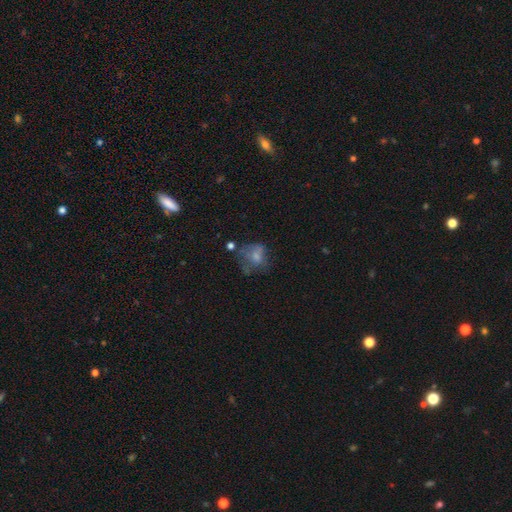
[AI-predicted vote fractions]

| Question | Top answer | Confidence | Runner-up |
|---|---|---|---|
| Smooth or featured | smooth | 57% | featured or disk (30%) |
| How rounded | round | 51% | in between (47%) |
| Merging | major disturbance | 35% | none (33%) |